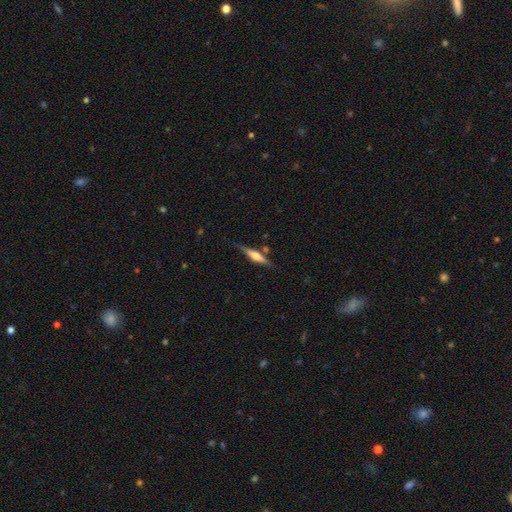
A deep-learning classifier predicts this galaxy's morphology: Smooth or featured?
  - featured or disk: 64% *
  - smooth: 30%
  - star or artifact: 6%
Edge-on disk?
  - yes: 96% *
  - no: 4%
Edge-on bulge?
  - rounded: 85% *
  - boxy: 10%
  - none: 5%
Merging?
  - none: 79% *
  - minor disturbance: 12%
  - merger: 5%
  - major disturbance: 3%